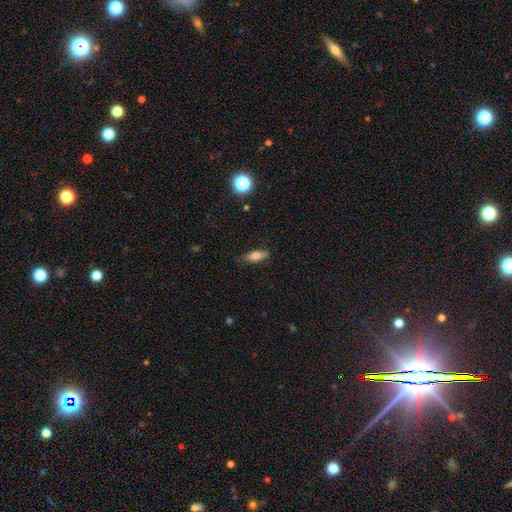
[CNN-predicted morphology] smooth 71%, featured or disk 21%, star or artifact 9%. Down the decision tree: how rounded — in between (63%); merging — none (78%).